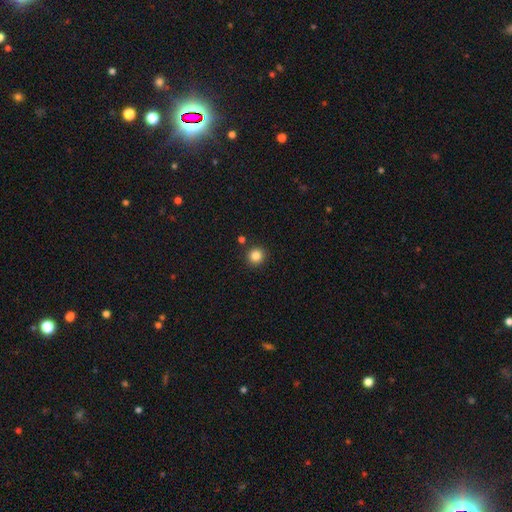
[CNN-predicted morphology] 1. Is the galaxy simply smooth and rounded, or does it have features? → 85% smooth, 11% star or artifact, 4% featured or disk.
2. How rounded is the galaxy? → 93% round, 6% in between, 1% cigar-shaped.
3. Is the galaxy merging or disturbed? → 89% none, 6% minor disturbance, 3% merger, 2% major disturbance.